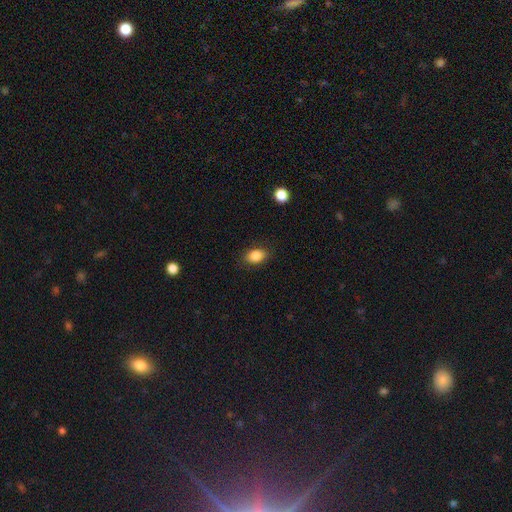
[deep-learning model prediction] Smooth or featured?
  - smooth: 86% *
  - star or artifact: 9%
  - featured or disk: 6%
How rounded?
  - in between: 81% *
  - round: 18%
  - cigar-shaped: 2%
Merging?
  - none: 84% *
  - minor disturbance: 12%
  - major disturbance: 3%
  - merger: 1%